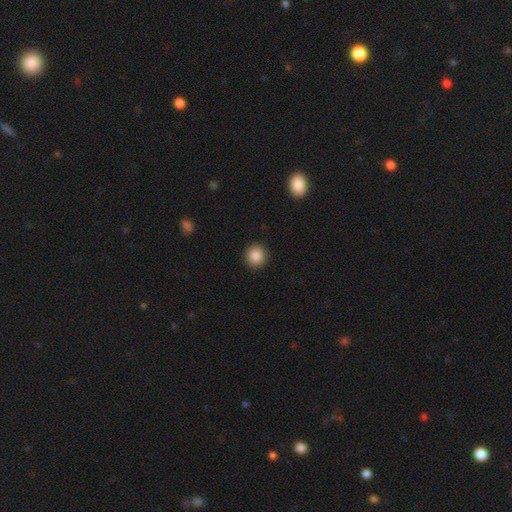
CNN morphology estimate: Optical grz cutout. It shows a smooth galaxy with no disk features (87%) that is round (92%). Merging: none (92%).